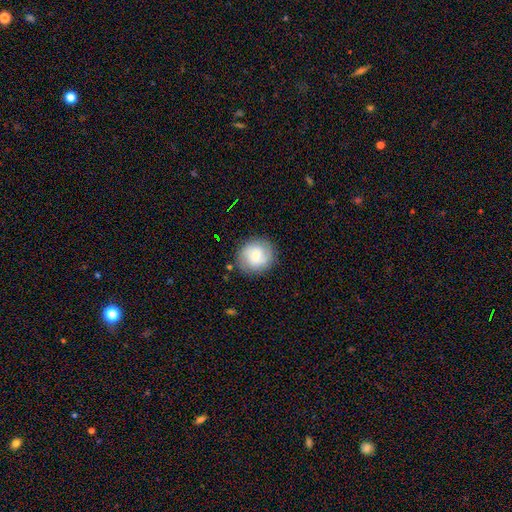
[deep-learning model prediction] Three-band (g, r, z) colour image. It shows a smooth galaxy with no disk features (55%) that is round (88%). Merging: none (84%).